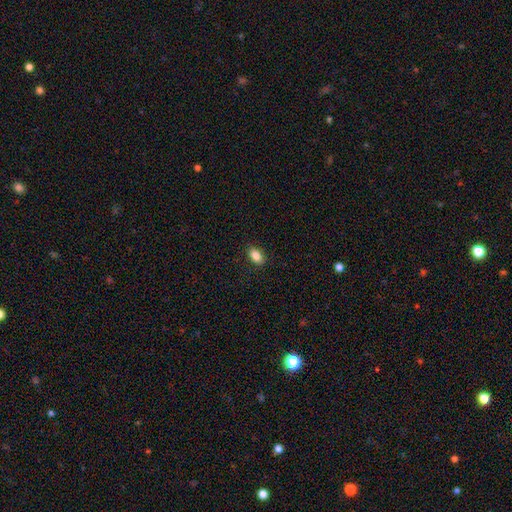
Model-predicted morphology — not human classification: smooth_or_featured: smooth (p=0.85) [alt: star or artifact p=0.09]
how_rounded: in between (p=0.88) [alt: round p=0.09]
merging: none (p=0.88) [alt: minor disturbance p=0.09]